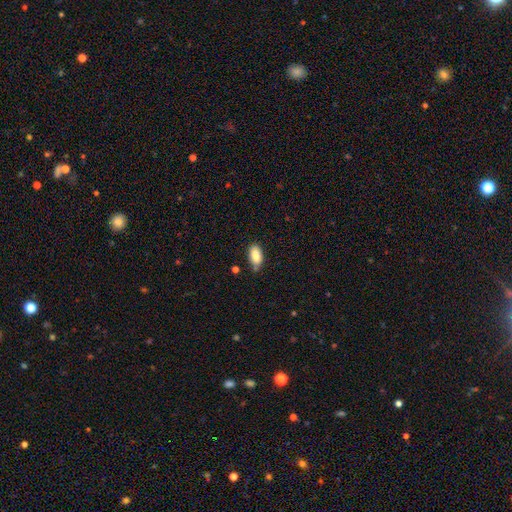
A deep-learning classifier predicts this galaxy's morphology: type=smooth (86%); roundness=in between (93%); merging=none (76%).